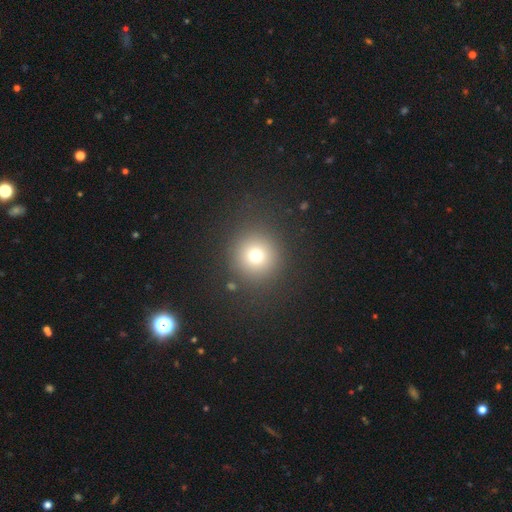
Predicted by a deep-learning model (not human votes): smooth_or_featured: smooth (p=0.72) [alt: star or artifact p=0.18]
how_rounded: round (p=0.94) [alt: in between p=0.05]
merging: none (p=0.88) [alt: minor disturbance p=0.06]